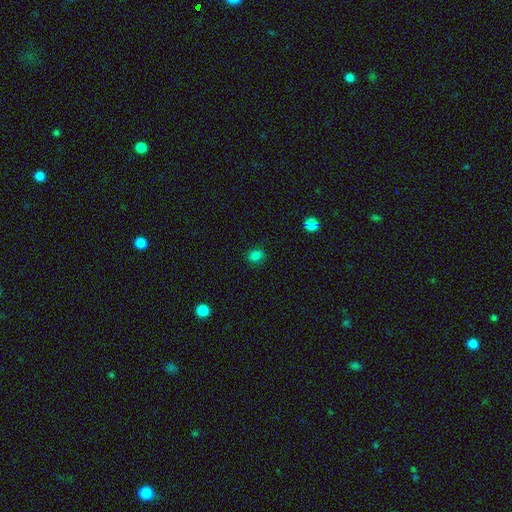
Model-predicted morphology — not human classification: Smooth or featured?
  - smooth: 81% *
  - star or artifact: 15%
  - featured or disk: 4%
How rounded?
  - round: 56% *
  - in between: 43%
  - cigar-shaped: 1%
Merging?
  - none: 88% *
  - minor disturbance: 9%
  - major disturbance: 2%
  - merger: 1%